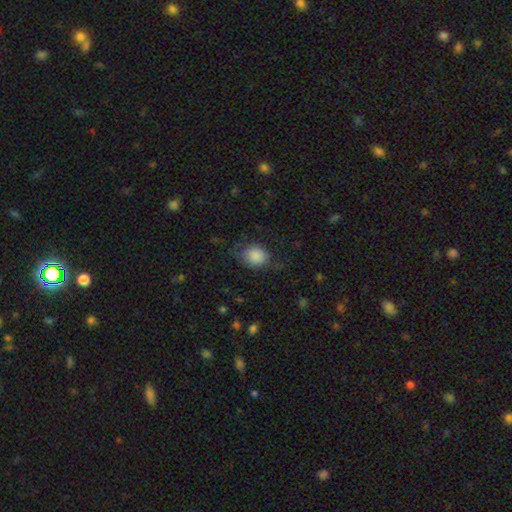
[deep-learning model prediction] Q: Smooth or featured?
A: smooth (83%); runner-up: featured or disk (9%)
Q: How rounded?
A: round (55%); runner-up: in between (44%)
Q: Merging?
A: none (62%); runner-up: minor disturbance (24%)